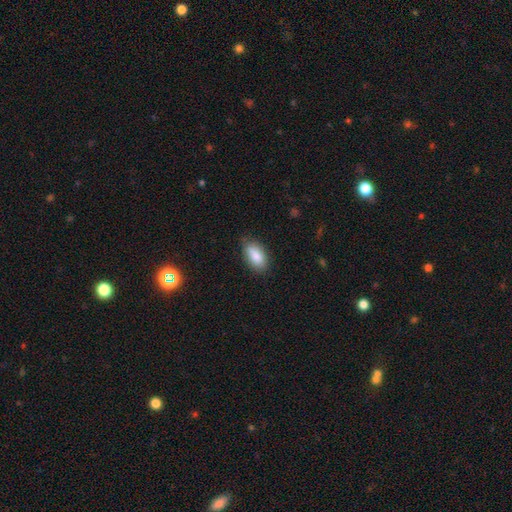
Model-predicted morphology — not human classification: smooth-or-featured: smooth: 86% | featured or disk: 7% | star or artifact: 7%
  how-rounded: in between: 90% | cigar-shaped: 6% | round: 3%
  merging: none: 79% | minor disturbance: 17% | major disturbance: 3% | merger: 2%